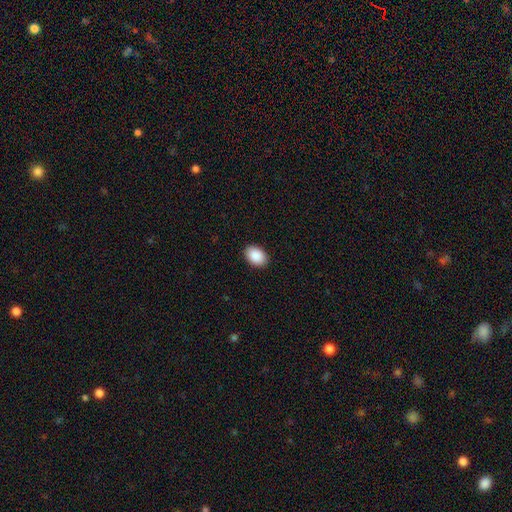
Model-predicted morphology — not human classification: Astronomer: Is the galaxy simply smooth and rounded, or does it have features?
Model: smooth — 91%.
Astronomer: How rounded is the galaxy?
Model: in between — 82%.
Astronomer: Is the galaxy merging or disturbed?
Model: none — 90%.